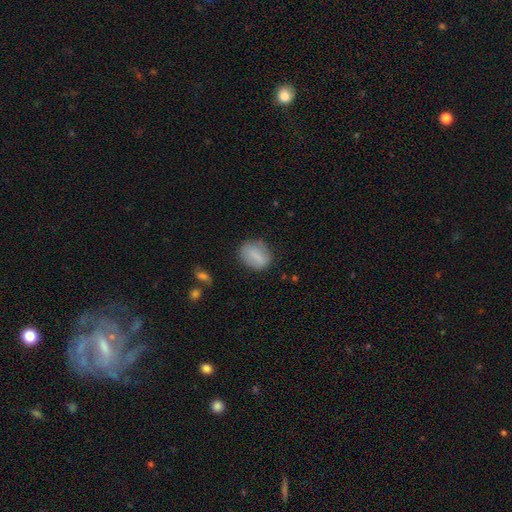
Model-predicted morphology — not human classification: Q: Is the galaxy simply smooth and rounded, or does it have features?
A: smooth — 77%.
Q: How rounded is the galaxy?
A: in between — 63%.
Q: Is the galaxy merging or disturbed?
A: none — 76%.